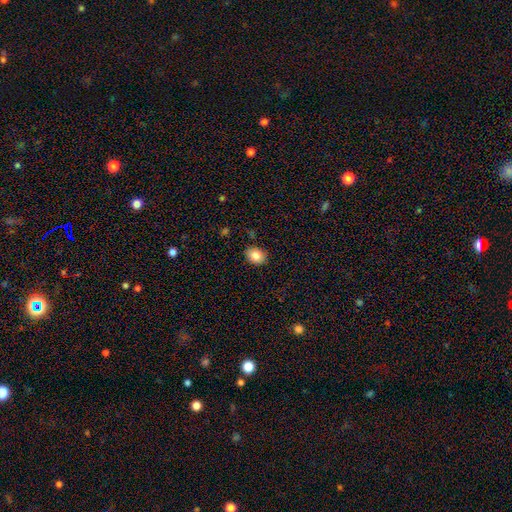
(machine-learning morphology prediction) smooth 84%, star or artifact 9%, featured or disk 7%. Down the decision tree: how rounded — in between (53%); merging — none (87%).